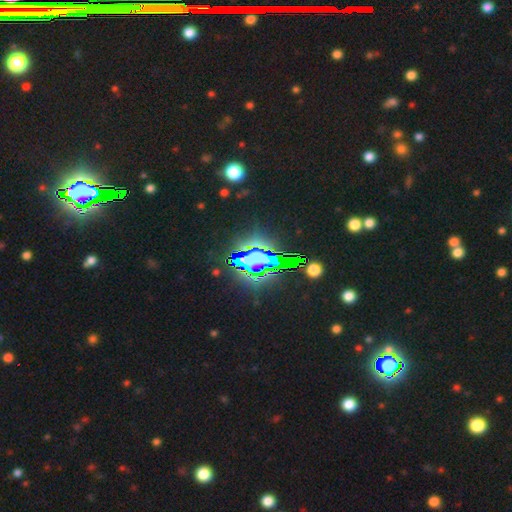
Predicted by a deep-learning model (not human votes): A star or artifact, not a galaxy (72%).